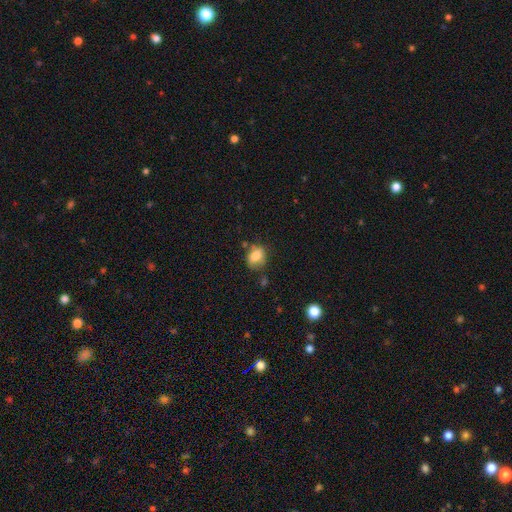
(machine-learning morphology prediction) smooth_or_featured: smooth (p=0.78) [alt: featured or disk p=0.13]
how_rounded: in between (p=0.59) [alt: round p=0.40]
merging: none (p=0.59) [alt: minor disturbance p=0.25]